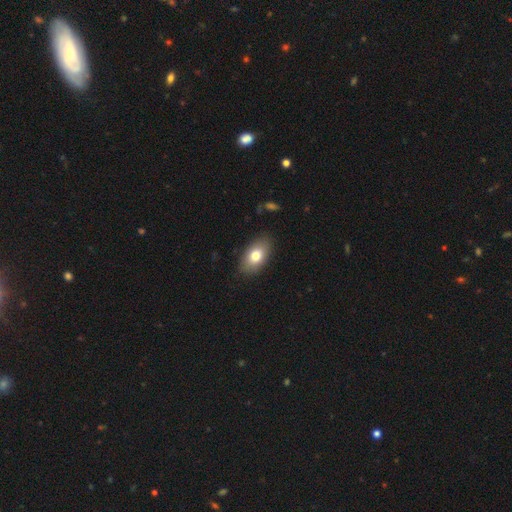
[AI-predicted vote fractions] A smooth galaxy with no disk features (76%) that is in between round and cigar-shaped (91%). Merging: none (86%).